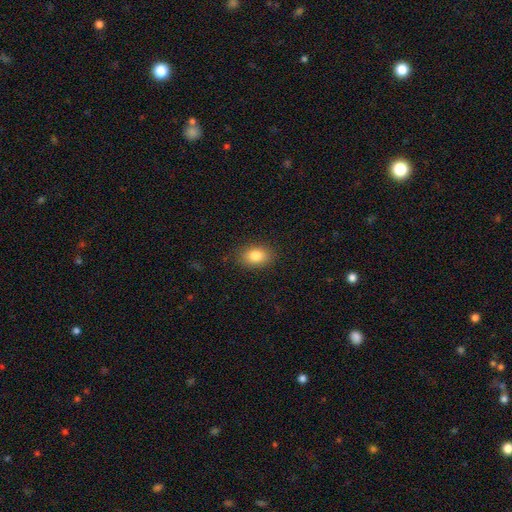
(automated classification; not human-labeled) A smooth galaxy with no disk features (84%) that is in between round and cigar-shaped (77%). Merging: none (86%).